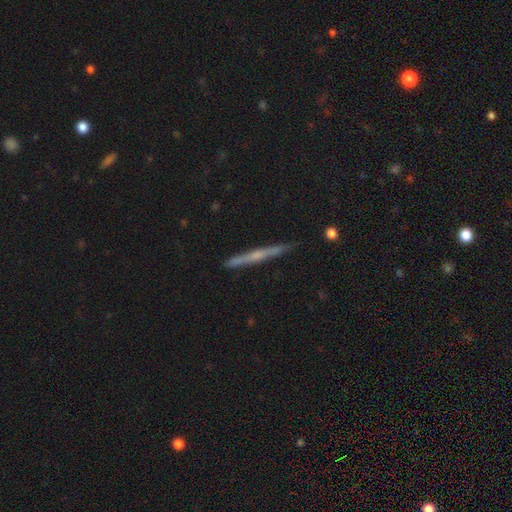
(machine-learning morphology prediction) Q: Smooth or featured?
A: featured or disk (62%); runner-up: smooth (30%)
Q: Edge-on disk?
A: yes (97%); runner-up: no (3%)
Q: Edge-on bulge?
A: rounded (48%); runner-up: none (46%)
Q: Merging?
A: none (88%); runner-up: minor disturbance (9%)